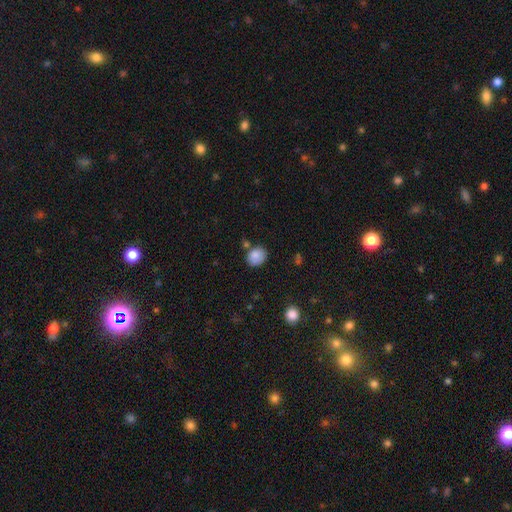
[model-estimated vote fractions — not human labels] Overall: smooth (86%). How rounded: round (51%; in between 48%). Merging: none (70%).